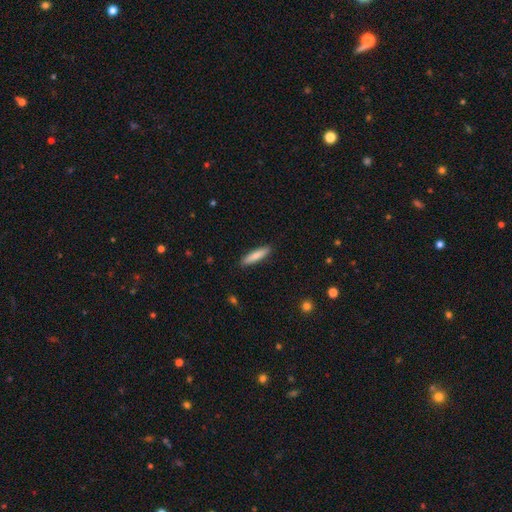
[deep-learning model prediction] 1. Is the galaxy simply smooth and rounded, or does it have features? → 81% smooth, 13% featured or disk, 5% star or artifact.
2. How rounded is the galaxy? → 82% cigar-shaped, 16% in between, 1% round.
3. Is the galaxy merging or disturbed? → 90% none, 7% minor disturbance, 2% major disturbance, 1% merger.